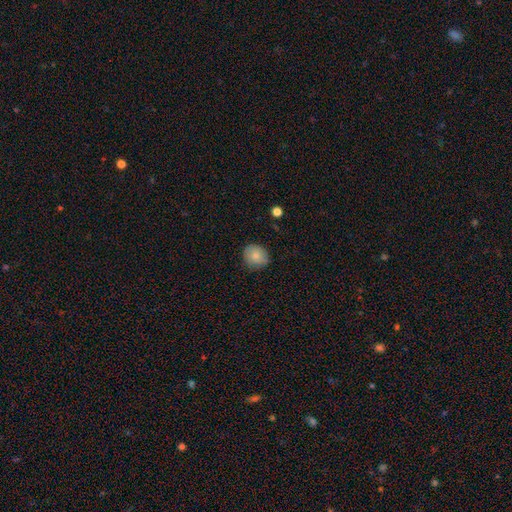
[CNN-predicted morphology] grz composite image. It shows a smooth galaxy with no disk features (83%) that is round (82%). Merging: none (80%).